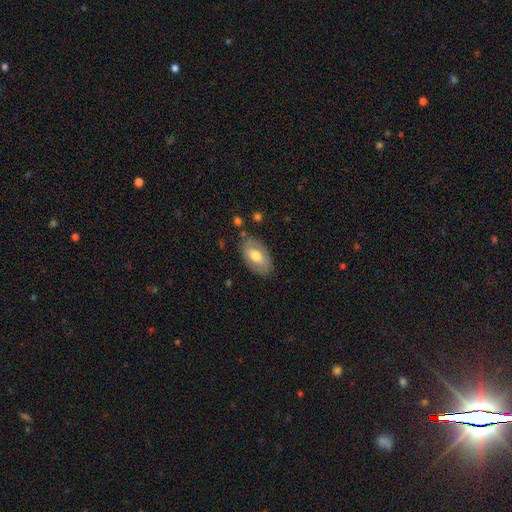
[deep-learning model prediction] Smooth or featured?
  - smooth: 58% *
  - featured or disk: 36%
  - star or artifact: 6%
How rounded?
  - in between: 93% *
  - round: 5%
  - cigar-shaped: 2%
Merging?
  - none: 81% *
  - minor disturbance: 13%
  - major disturbance: 4%
  - merger: 2%